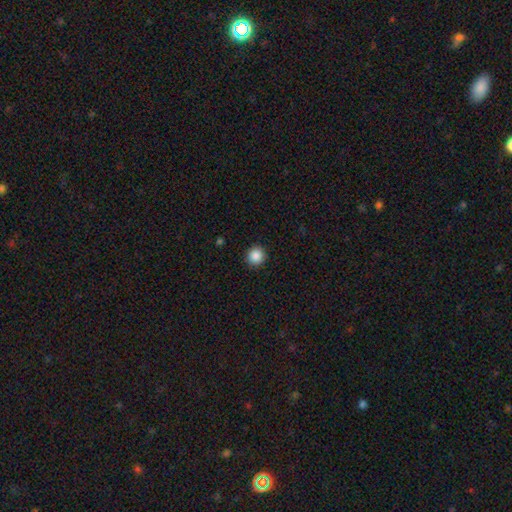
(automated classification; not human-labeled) A smooth galaxy with no disk features (87%) that is round (94%). Merging: none (92%).